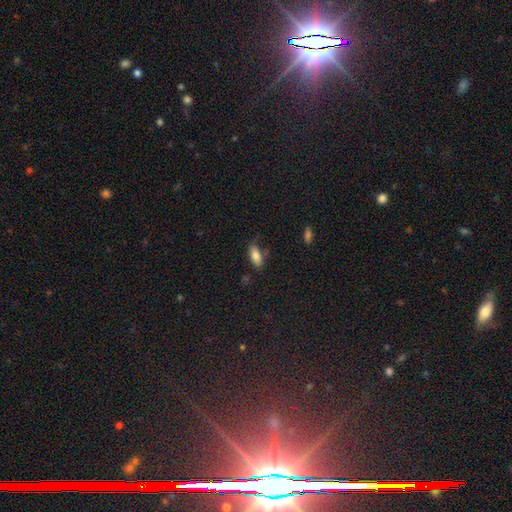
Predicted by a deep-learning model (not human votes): Q: Smooth or featured?
A: smooth (80%); runner-up: featured or disk (12%)
Q: How rounded?
A: in between (84%); runner-up: cigar-shaped (14%)
Q: Merging?
A: none (67%); runner-up: minor disturbance (23%)